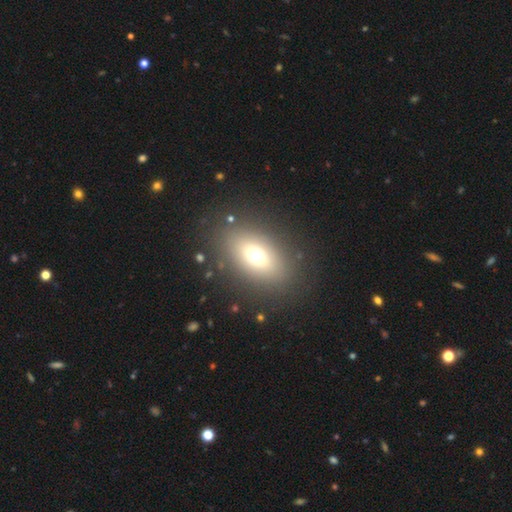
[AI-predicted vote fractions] The model was most divided on "smooth or featured": smooth: 68%, featured or disk: 20%, star or artifact: 13%. More confident: merging — none (84%); how rounded — in between (82%).